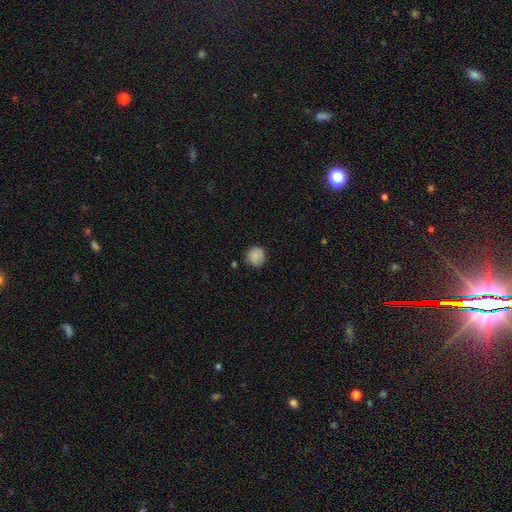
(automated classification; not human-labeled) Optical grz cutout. It shows a smooth galaxy with no disk features (87%) that is round (93%). Merging: none (84%).